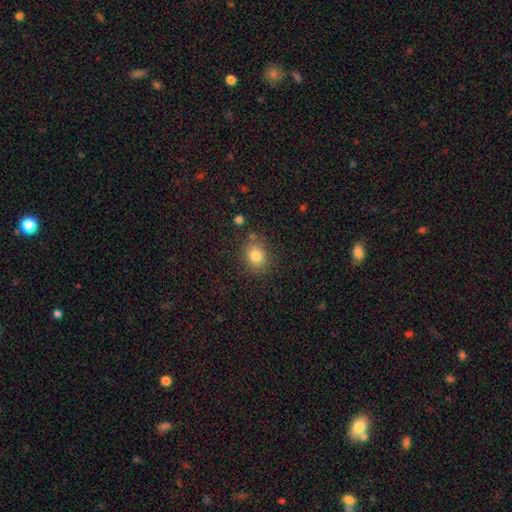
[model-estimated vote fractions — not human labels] Smooth or featured? smooth (81%)
How rounded? round (68%)
Merging? none (79%)